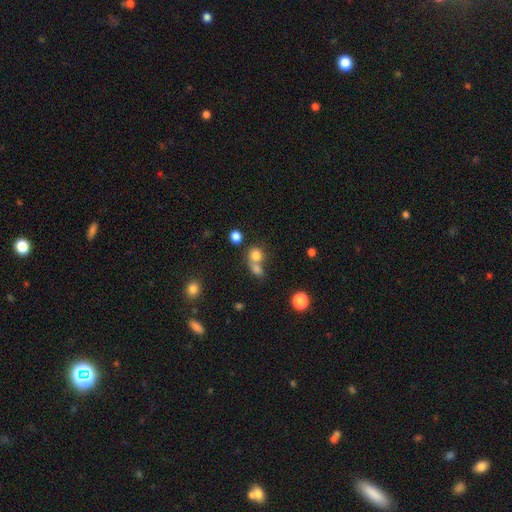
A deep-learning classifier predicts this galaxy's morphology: smooth 78%, star or artifact 12%, featured or disk 9%. Down the decision tree: how rounded — round (76%); merging — merger (54%).